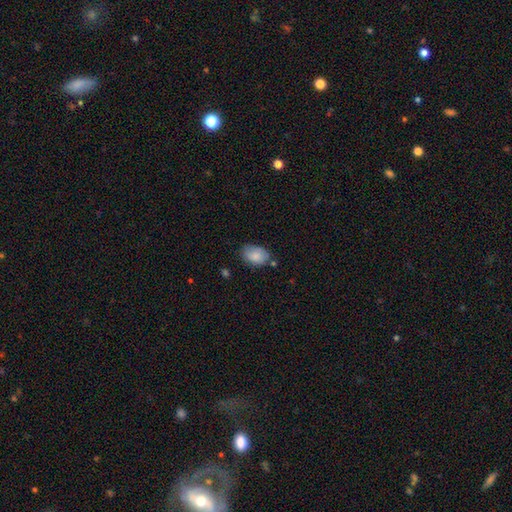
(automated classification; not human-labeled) Q: Smooth or featured?
A: smooth (83%); runner-up: featured or disk (10%)
Q: How rounded?
A: in between (89%); runner-up: round (10%)
Q: Merging?
A: none (65%); runner-up: minor disturbance (25%)